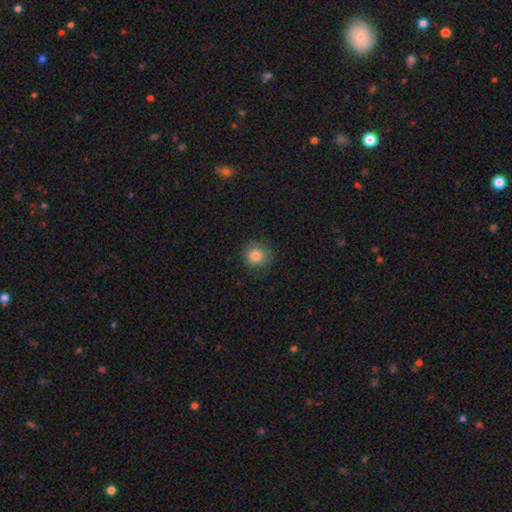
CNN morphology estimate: Smooth or featured?
  - smooth: 83% *
  - star or artifact: 10%
  - featured or disk: 7%
How rounded?
  - round: 90% *
  - in between: 9%
  - cigar-shaped: 1%
Merging?
  - none: 80% *
  - minor disturbance: 14%
  - major disturbance: 4%
  - merger: 1%